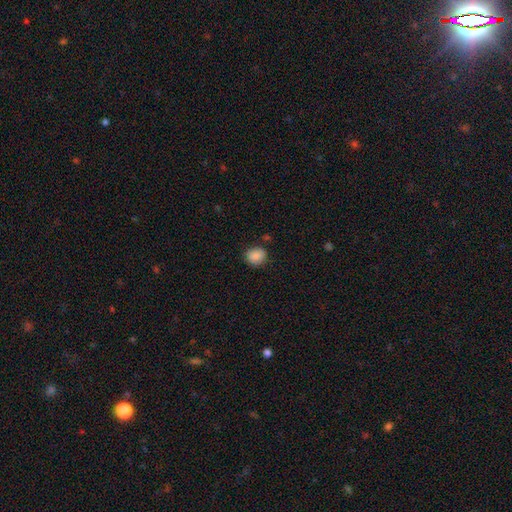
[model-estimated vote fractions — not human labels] smooth_or_featured: smooth (p=0.87) [alt: star or artifact p=0.09]
how_rounded: round (p=0.71) [alt: in between p=0.28]
merging: none (p=0.80) [alt: minor disturbance p=0.14]